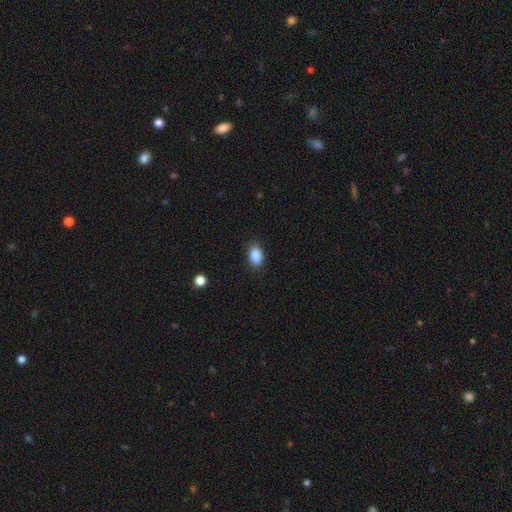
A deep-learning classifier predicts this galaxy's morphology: Smooth or featured? Predicted: smooth (p=0.88). How rounded? Predicted: in between (p=0.89). Merging? Predicted: none (p=0.85).